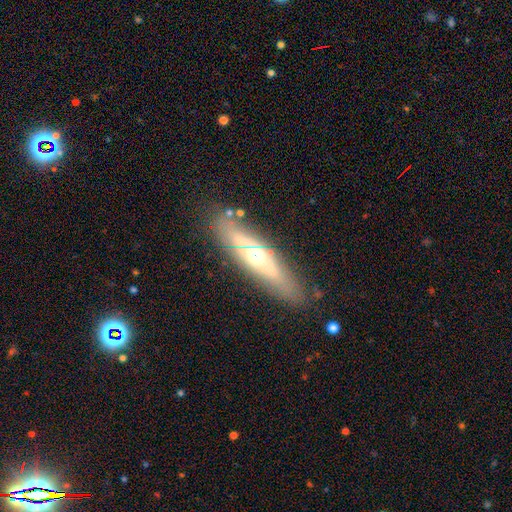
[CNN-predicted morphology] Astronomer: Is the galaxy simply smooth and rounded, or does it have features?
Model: featured or disk — 66%.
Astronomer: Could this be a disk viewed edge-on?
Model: yes — 59% (runner-up: no, 41%).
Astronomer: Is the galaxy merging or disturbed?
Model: none — 79%.